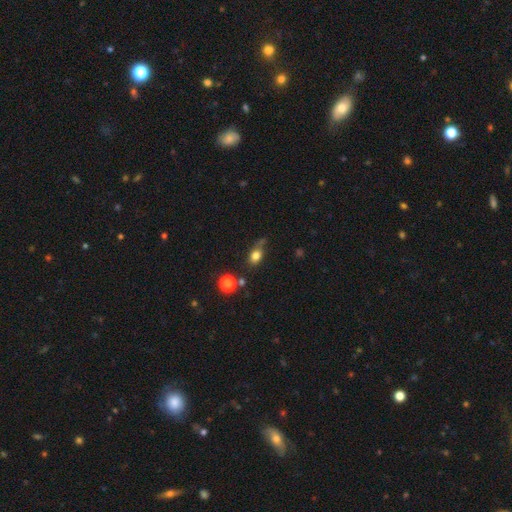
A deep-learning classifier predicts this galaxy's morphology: Smooth or featured: smooth — 78% (star or artifact — 12%)
How rounded: in between — 65% (round — 32%)
Merging: none — 54% (minor disturbance — 26%)